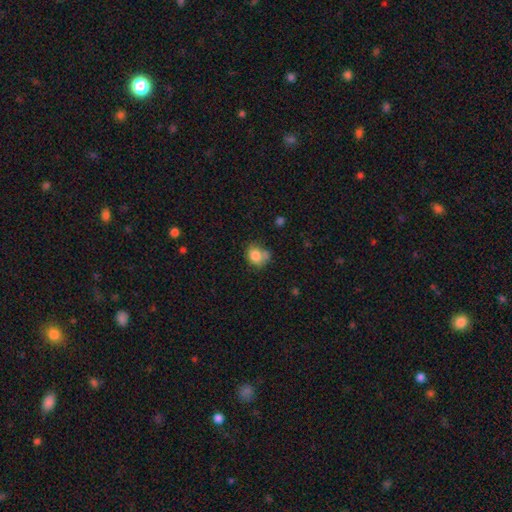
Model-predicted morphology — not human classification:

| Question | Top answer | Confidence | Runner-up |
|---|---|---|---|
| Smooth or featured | smooth | 80% | featured or disk (11%) |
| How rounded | round | 62% | in between (38%) |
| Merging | none | 45% | minor disturbance (25%) |